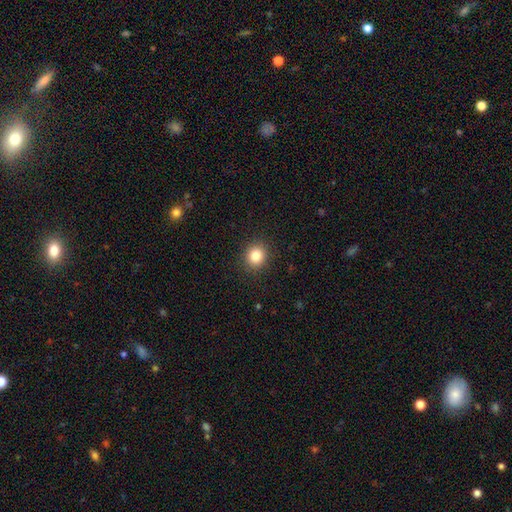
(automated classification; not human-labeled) The model was most divided on "how rounded": round: 80%, in between: 19%, cigar-shaped: 1%. More confident: merging — none (90%); smooth or featured — smooth (83%).